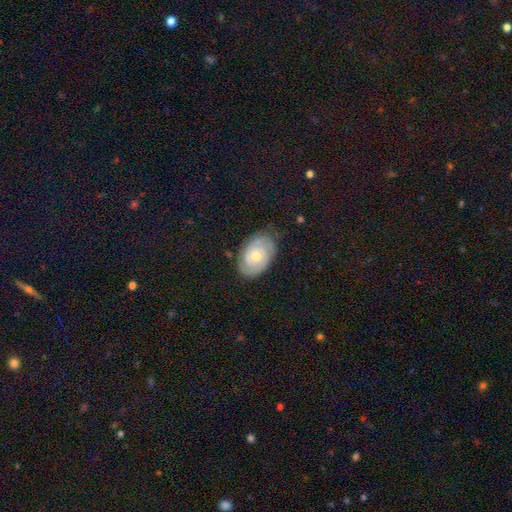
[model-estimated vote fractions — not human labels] Q: Smooth or featured?
A: featured or disk (74%); runner-up: smooth (20%)
Q: Edge-on disk?
A: no (96%); runner-up: yes (4%)
Q: Bar?
A: no (73%); runner-up: weak (23%)
Q: Spiral arms?
A: yes (92%); runner-up: no (8%)
Q: Spiral winding?
A: tight (71%); runner-up: medium (24%)
Q: Spiral arm count?
A: 2 (55%); runner-up: can't tell (26%)
Q: Bulge size?
A: moderate (55%); runner-up: small (41%)
Q: Merging?
A: none (78%); runner-up: minor disturbance (17%)